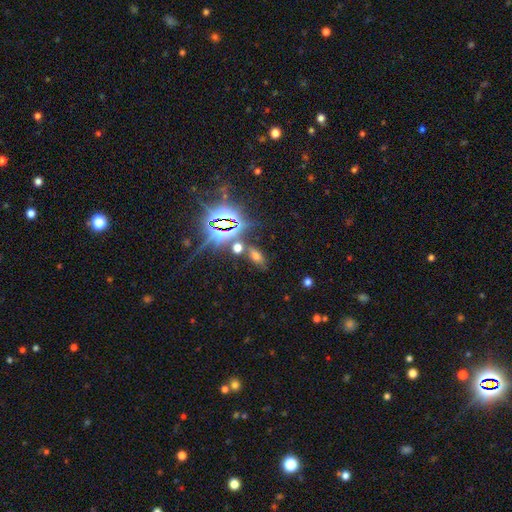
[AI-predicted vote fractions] A smooth galaxy with no disk features (45%). Merging: none (74%).